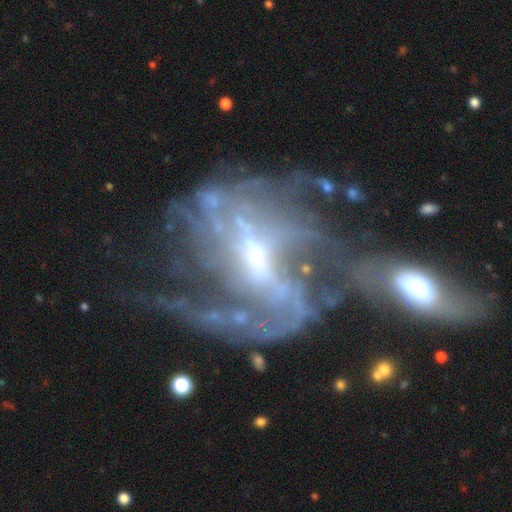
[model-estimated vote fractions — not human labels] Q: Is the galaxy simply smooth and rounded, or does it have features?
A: featured or disk — 84%.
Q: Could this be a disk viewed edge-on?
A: no — 94%.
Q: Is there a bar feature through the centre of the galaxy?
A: strong — 39%.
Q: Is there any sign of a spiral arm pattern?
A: yes — 80%.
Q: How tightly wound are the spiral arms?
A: loose — 48%.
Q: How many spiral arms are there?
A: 2 — 39%.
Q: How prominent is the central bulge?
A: small — 54%.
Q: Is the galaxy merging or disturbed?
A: major disturbance — 40%.